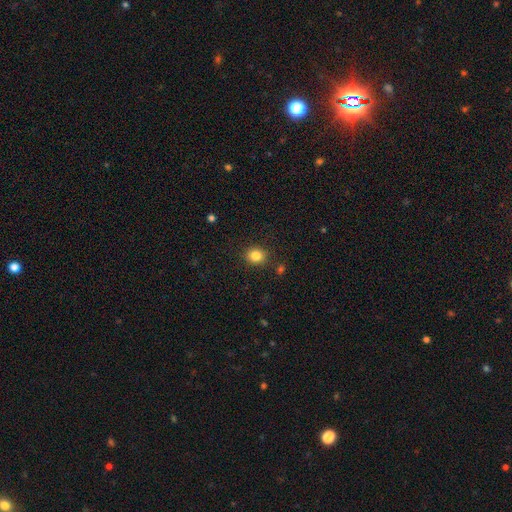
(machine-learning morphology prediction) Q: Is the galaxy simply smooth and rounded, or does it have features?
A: smooth — 84%.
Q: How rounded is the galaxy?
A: round — 74%.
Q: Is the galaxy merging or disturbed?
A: none — 87%.